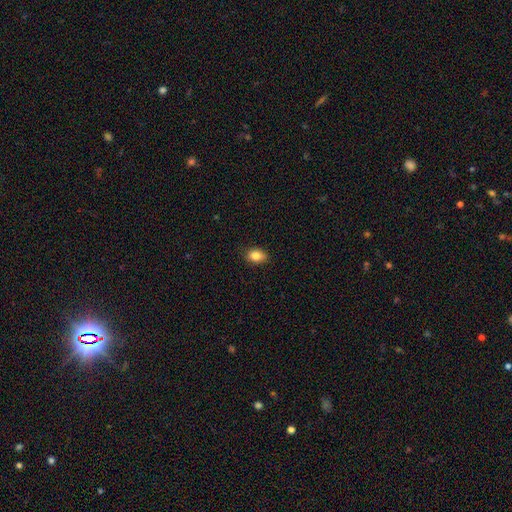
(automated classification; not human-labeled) Q: Smooth or featured?
A: smooth (85%); runner-up: star or artifact (9%)
Q: How rounded?
A: in between (79%); runner-up: round (20%)
Q: Merging?
A: none (86%); runner-up: minor disturbance (11%)